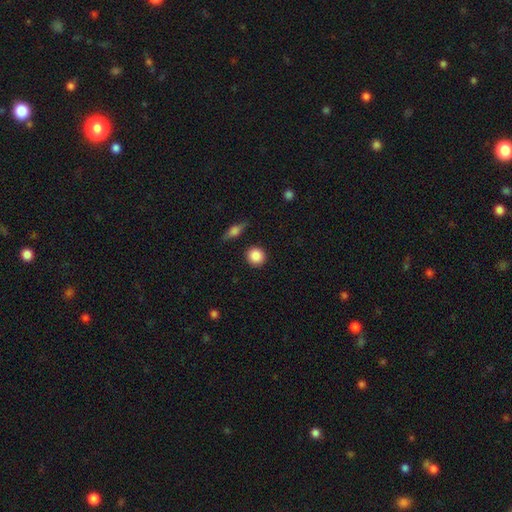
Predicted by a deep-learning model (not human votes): Smooth or featured? Predicted: smooth (p=0.87). How rounded? Predicted: round (p=0.91). Merging? Predicted: none (p=0.89).